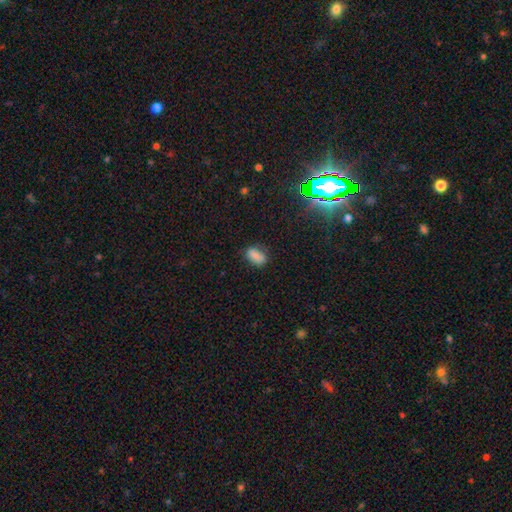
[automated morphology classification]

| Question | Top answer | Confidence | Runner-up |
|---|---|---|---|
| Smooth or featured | smooth | 82% | star or artifact (11%) |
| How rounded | in between | 88% | round (8%) |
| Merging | none | 71% | minor disturbance (21%) |